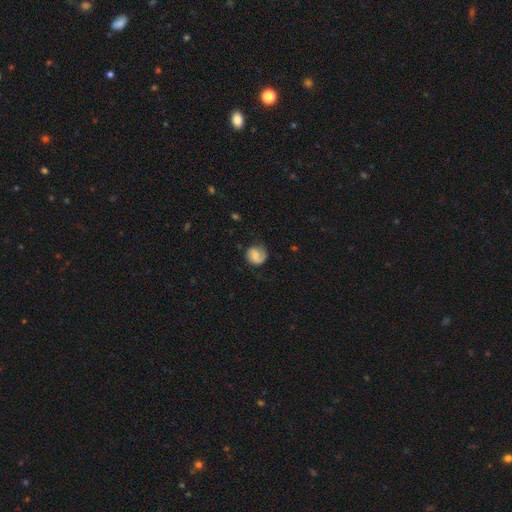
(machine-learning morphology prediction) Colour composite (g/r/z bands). It shows a smooth galaxy with no disk features (52%) that is round (78%). Merging: none (64%).